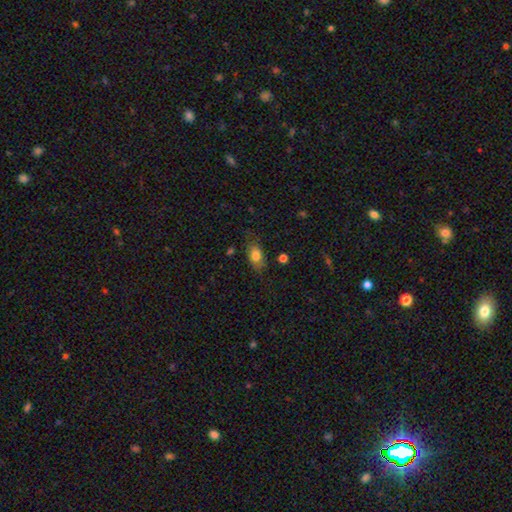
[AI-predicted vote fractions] smooth 79%, featured or disk 12%, star or artifact 9%. Down the decision tree: how rounded — in between (83%); merging — none (73%).